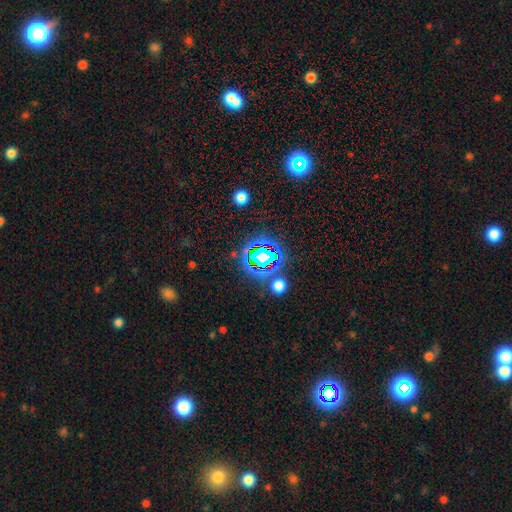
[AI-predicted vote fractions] Overall: star or artifact (77%).